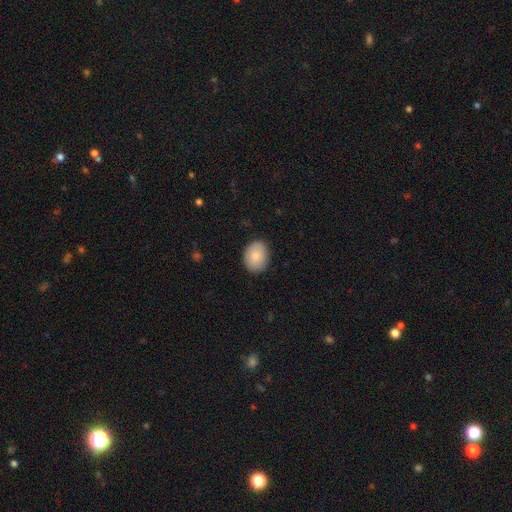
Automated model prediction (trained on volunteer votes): Smooth or featured?
  - smooth: 85% *
  - featured or disk: 8%
  - star or artifact: 7%
How rounded?
  - in between: 58% *
  - round: 41%
  - cigar-shaped: 1%
Merging?
  - none: 87% *
  - minor disturbance: 10%
  - major disturbance: 2%
  - merger: 1%